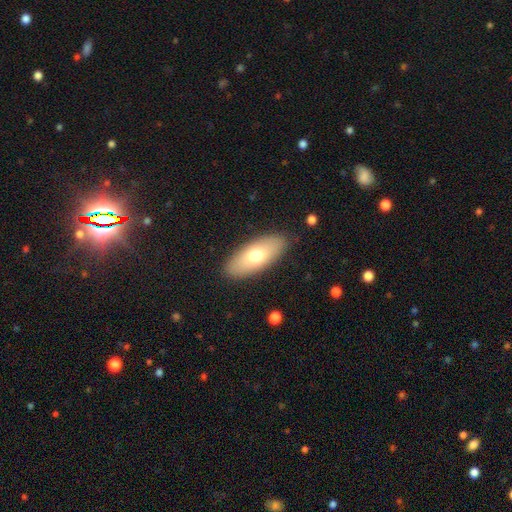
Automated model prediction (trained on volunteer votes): Smooth or featured: smooth — 70% (featured or disk — 24%)
How rounded: in between — 84% (cigar-shaped — 14%)
Merging: none — 88% (minor disturbance — 9%)